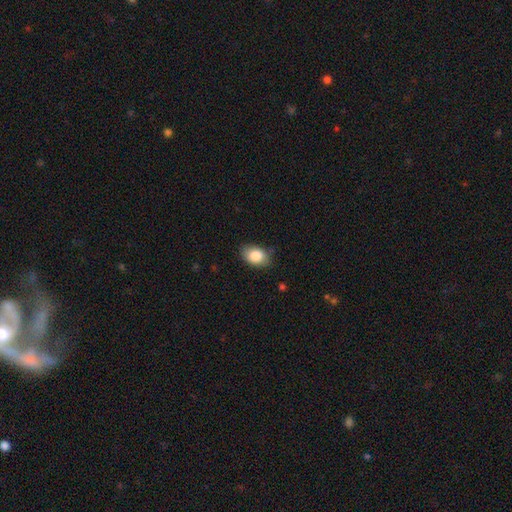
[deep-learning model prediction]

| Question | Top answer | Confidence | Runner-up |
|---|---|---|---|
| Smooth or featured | smooth | 85% | star or artifact (7%) |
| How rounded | in between | 85% | round (14%) |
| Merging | none | 78% | minor disturbance (18%) |